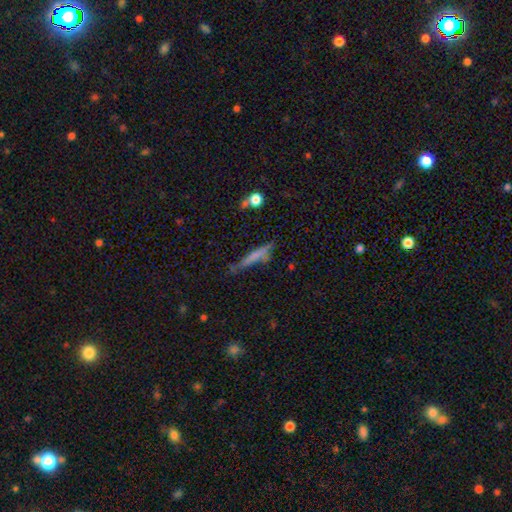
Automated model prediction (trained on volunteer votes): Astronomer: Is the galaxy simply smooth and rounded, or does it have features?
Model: smooth — 61%.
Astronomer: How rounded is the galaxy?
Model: cigar-shaped — 90%.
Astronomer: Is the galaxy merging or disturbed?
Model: none — 61%.